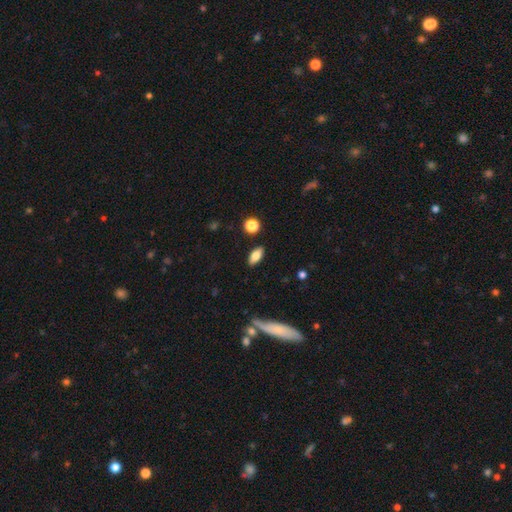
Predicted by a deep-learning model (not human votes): A smooth galaxy with no disk features (79%) that is in between round and cigar-shaped (87%).

Vote fractions:
- Smooth or featured? smooth: 79% / featured or disk: 13% / star or artifact: 8%
- How rounded? in between: 87% / cigar-shaped: 9% / round: 4%
- Merging? none: 87% / minor disturbance: 9% / major disturbance: 2% / merger: 2%